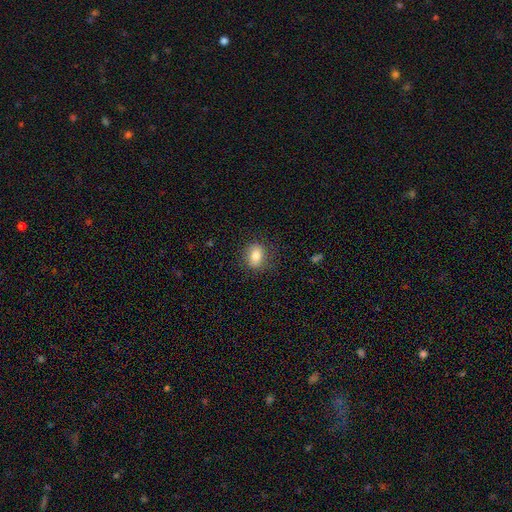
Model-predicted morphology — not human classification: Smooth or featured: smooth — 80% (featured or disk — 10%)
How rounded: in between — 67% (round — 32%)
Merging: none — 81% (minor disturbance — 14%)